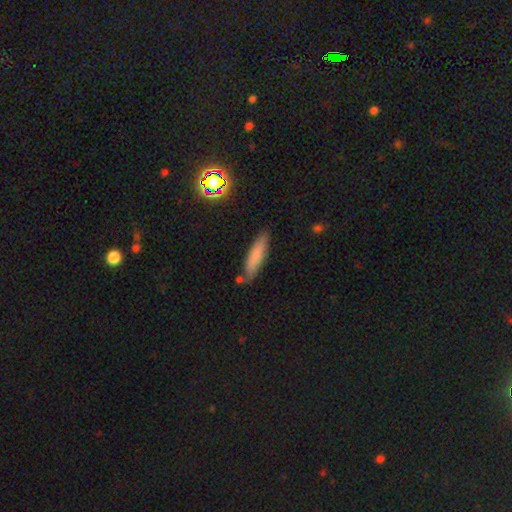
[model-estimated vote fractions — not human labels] A smooth galaxy with no disk features (74%) that is cigar-shaped (77%).

Vote fractions:
- Smooth or featured? smooth: 74% / featured or disk: 17% / star or artifact: 9%
- How rounded? cigar-shaped: 77% / in between: 21% / round: 2%
- Merging? none: 78% / minor disturbance: 14% / merger: 4% / major disturbance: 3%